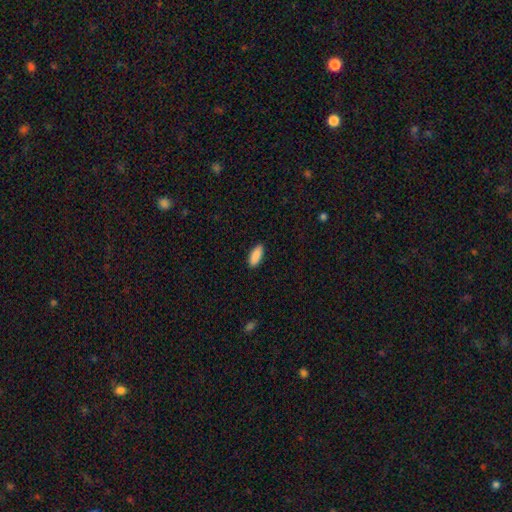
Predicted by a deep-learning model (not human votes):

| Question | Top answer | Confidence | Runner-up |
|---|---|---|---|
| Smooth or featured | smooth | 90% | star or artifact (6%) |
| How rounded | in between | 75% | cigar-shaped (23%) |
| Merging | none | 90% | minor disturbance (8%) |